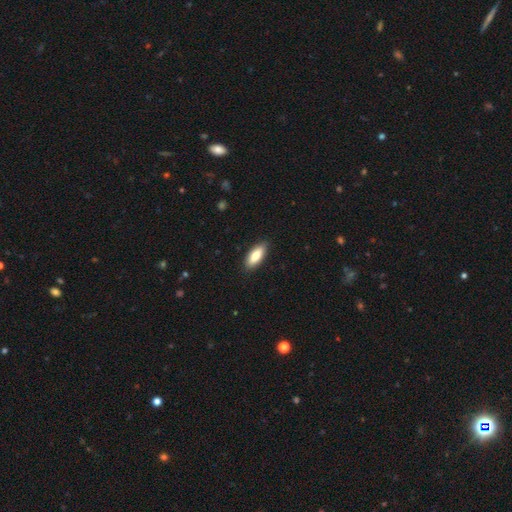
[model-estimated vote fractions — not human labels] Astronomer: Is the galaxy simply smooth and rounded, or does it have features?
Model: smooth — 82%.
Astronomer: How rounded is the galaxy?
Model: in between — 79%.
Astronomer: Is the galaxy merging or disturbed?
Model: none — 87%.